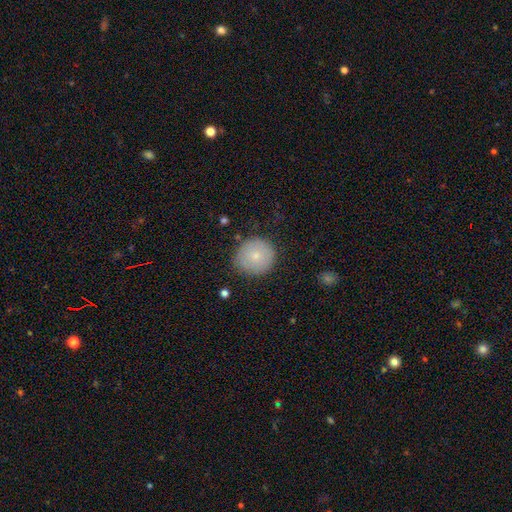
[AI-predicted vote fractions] This appears to be a smooth galaxy with no disk features (77%) that is round (92%). Merging: none (84%).